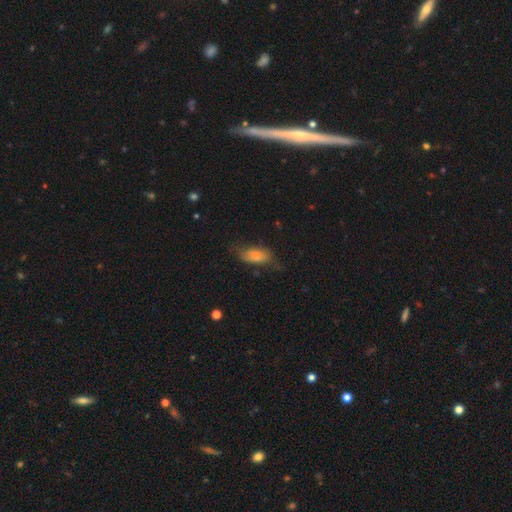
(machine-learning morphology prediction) smooth-or-featured: smooth: 77% | featured or disk: 16% | star or artifact: 7%
  how-rounded: in between: 83% | cigar-shaped: 14% | round: 3%
  merging: none: 56% | minor disturbance: 29% | major disturbance: 13% | merger: 2%